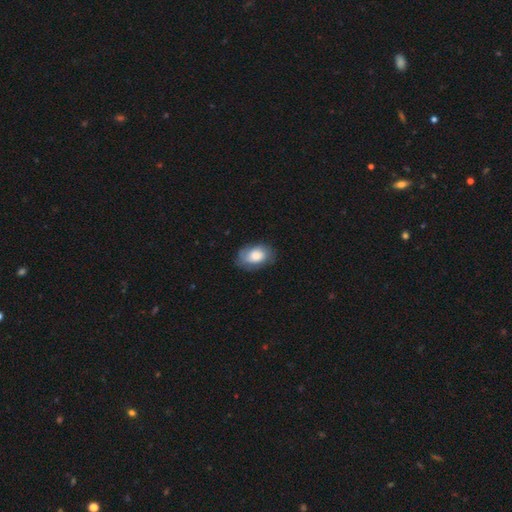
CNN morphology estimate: smooth 74%, featured or disk 19%, star or artifact 7%. Down the decision tree: how rounded — in between (86%); merging — none (71%).